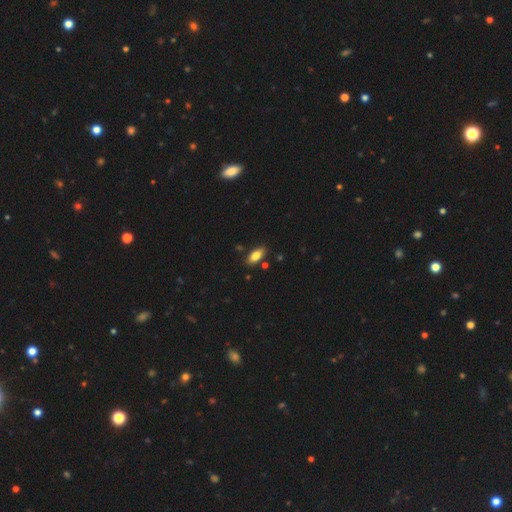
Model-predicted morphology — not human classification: smooth-or-featured: smooth: 82% | featured or disk: 11% | star or artifact: 7%
  how-rounded: in between: 88% | cigar-shaped: 10% | round: 3%
  merging: none: 84% | minor disturbance: 11% | merger: 3% | major disturbance: 2%